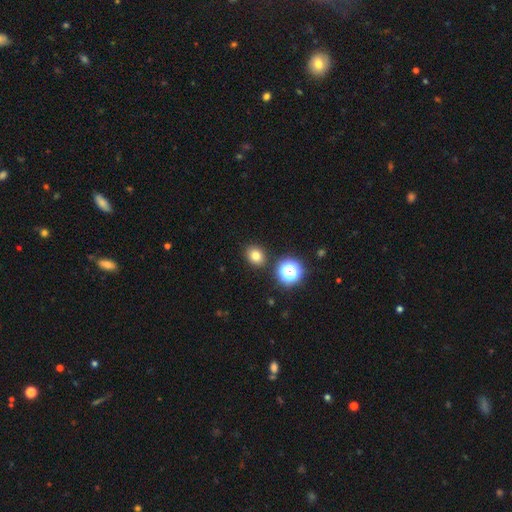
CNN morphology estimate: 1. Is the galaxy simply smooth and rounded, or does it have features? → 77% smooth, 16% star or artifact, 7% featured or disk.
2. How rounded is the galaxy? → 64% round, 36% in between, 1% cigar-shaped.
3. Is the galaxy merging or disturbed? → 87% none, 7% minor disturbance, 4% merger, 2% major disturbance.